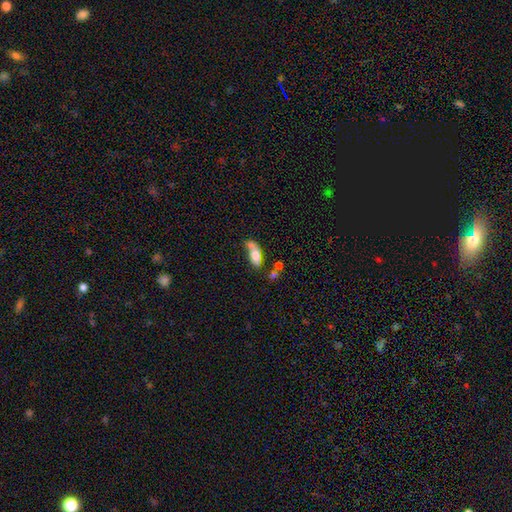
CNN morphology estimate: Smooth or featured?
  - smooth: 69% *
  - featured or disk: 22%
  - star or artifact: 9%
How rounded?
  - in between: 75% *
  - cigar-shaped: 21%
  - round: 4%
Merging?
  - merger: 31% *
  - none: 28%
  - minor disturbance: 21%
  - major disturbance: 20%